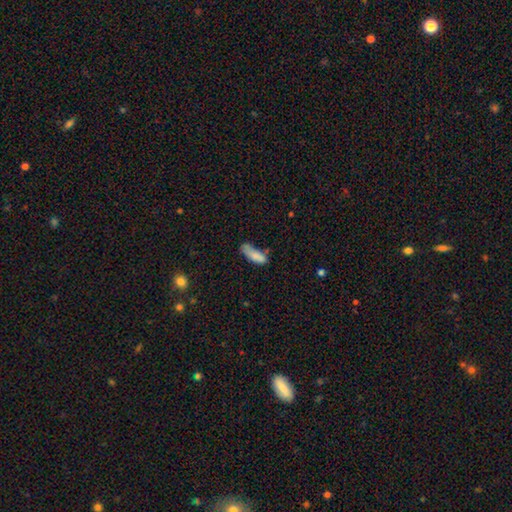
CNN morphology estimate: Smooth or featured?
  - smooth: 82% *
  - featured or disk: 10%
  - star or artifact: 8%
How rounded?
  - in between: 62% *
  - cigar-shaped: 36%
  - round: 2%
Merging?
  - none: 41% *
  - minor disturbance: 35%
  - major disturbance: 15%
  - merger: 9%